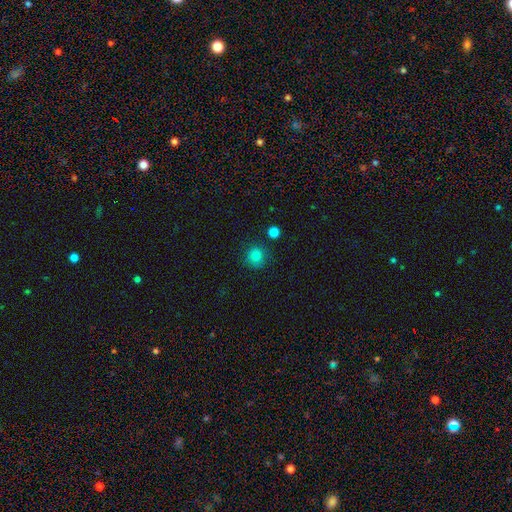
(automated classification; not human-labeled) Smooth or featured? smooth (83%)
How rounded? round (92%)
Merging? none (84%)